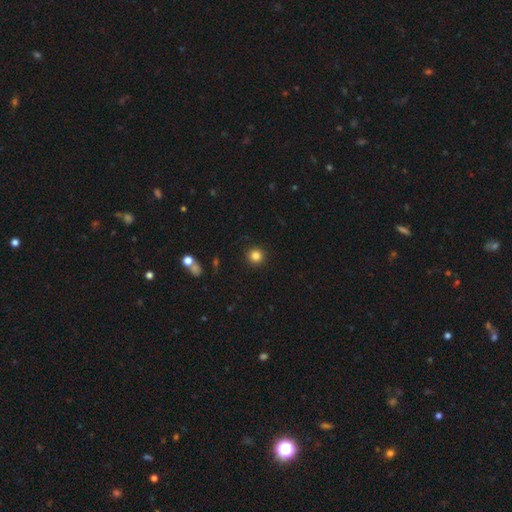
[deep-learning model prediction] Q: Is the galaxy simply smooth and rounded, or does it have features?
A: smooth — 83%.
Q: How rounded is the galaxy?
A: round — 95%.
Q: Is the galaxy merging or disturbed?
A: none — 92%.